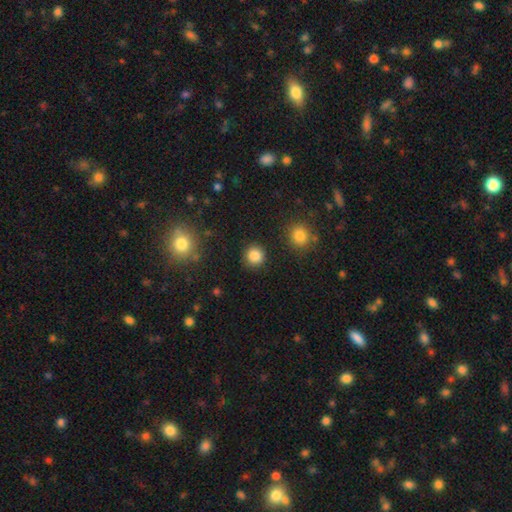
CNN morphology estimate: smooth-or-featured: smooth: 86% | star or artifact: 10% | featured or disk: 4%
  how-rounded: round: 92% | in between: 7% | cigar-shaped: 1%
  merging: none: 89% | minor disturbance: 6% | major disturbance: 2% | merger: 2%